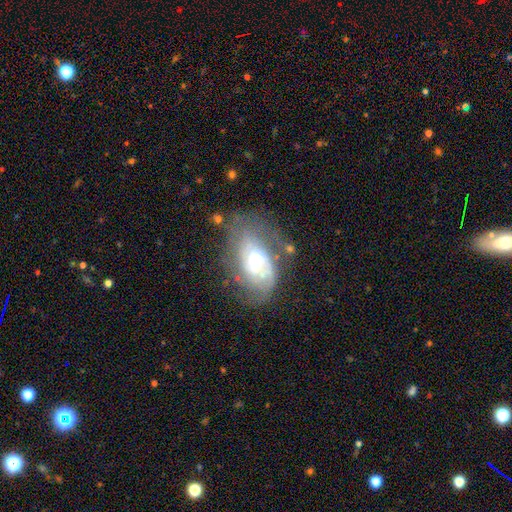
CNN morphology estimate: Smooth or featured? featured or disk (77%)
Edge-on disk? no (95%)
Bar? no (71%)
Spiral arms? yes (87%)
Spiral winding? tight (53%)
Spiral arm count? 2 (40%)
Bulge size? moderate (52%)
Merging? none (53%)